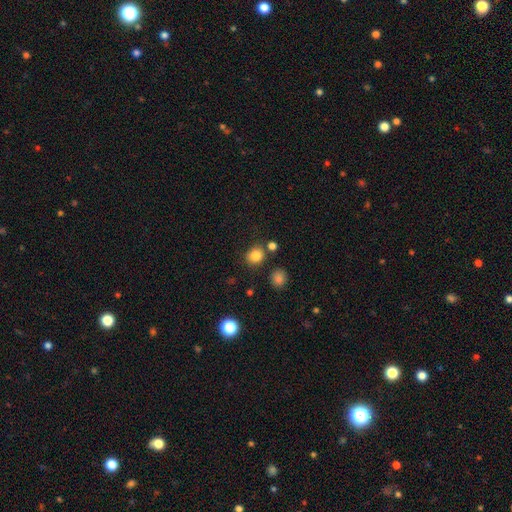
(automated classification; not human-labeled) The model was most divided on "how rounded": round: 75%, in between: 24%, cigar-shaped: 1%. More confident: smooth or featured — smooth (83%); merging — none (78%).